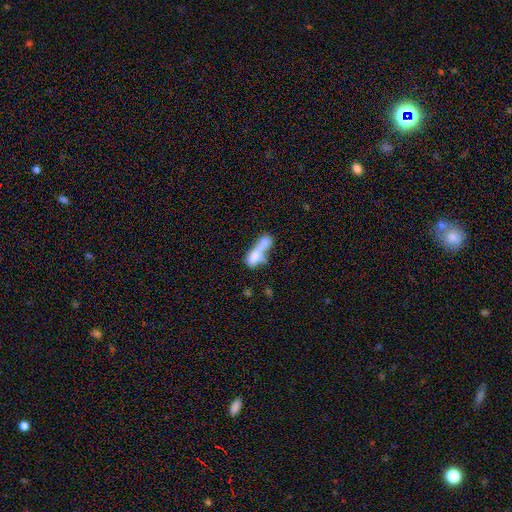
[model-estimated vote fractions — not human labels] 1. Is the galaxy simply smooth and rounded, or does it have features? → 63% smooth, 28% featured or disk, 8% star or artifact.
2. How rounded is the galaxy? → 56% in between, 35% cigar-shaped, 9% round.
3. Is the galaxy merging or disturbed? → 69% merger, 13% none, 11% major disturbance, 7% minor disturbance.